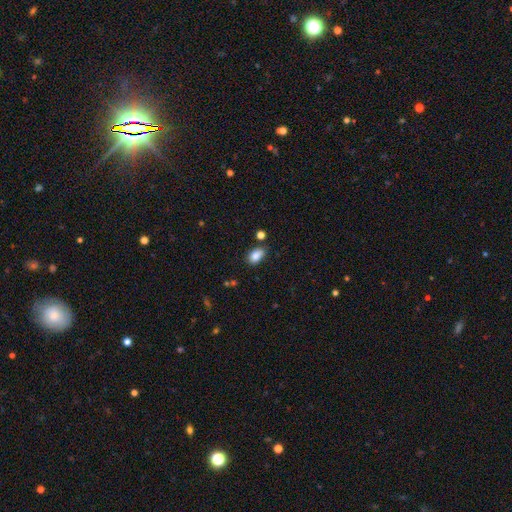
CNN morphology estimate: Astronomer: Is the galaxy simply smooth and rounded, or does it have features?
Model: smooth — 85%.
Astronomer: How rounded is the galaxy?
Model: in between — 90%.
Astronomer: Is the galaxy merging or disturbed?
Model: none — 76%.